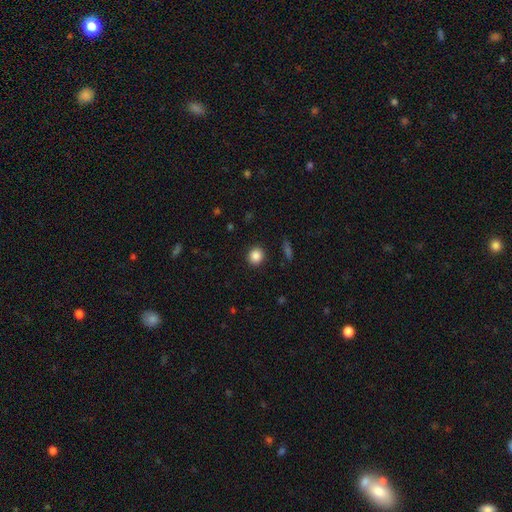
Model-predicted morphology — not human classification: Smooth or featured: smooth — 86% (star or artifact — 10%)
How rounded: round — 84% (in between — 15%)
Merging: none — 91% (minor disturbance — 6%)